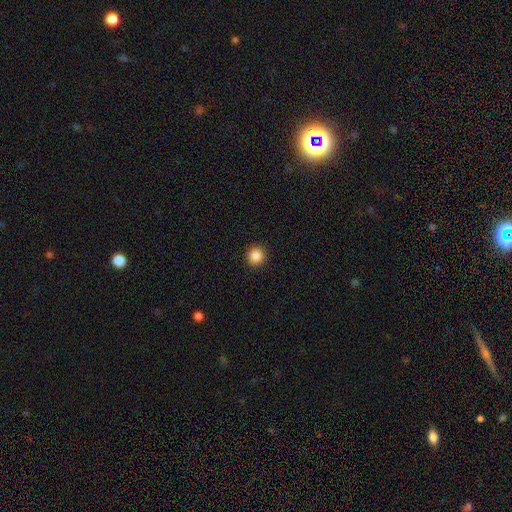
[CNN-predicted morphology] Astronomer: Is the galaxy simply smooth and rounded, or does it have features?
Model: smooth — 87%.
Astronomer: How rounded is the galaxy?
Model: round — 94%.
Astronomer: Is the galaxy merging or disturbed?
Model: none — 92%.